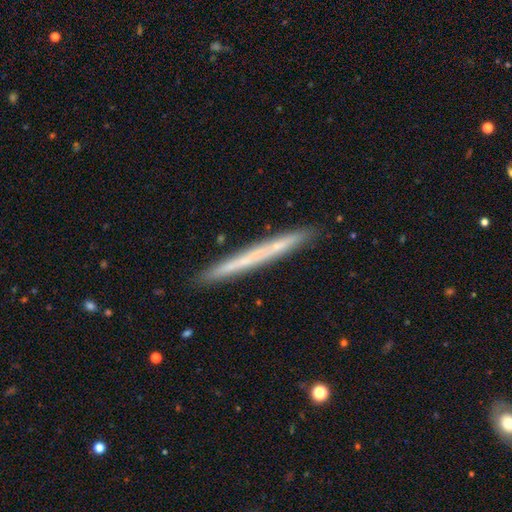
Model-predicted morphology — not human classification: The model was most divided on "smooth or featured": smooth: 50%, featured or disk: 43%, star or artifact: 7%. More confident: merging — none (91%).